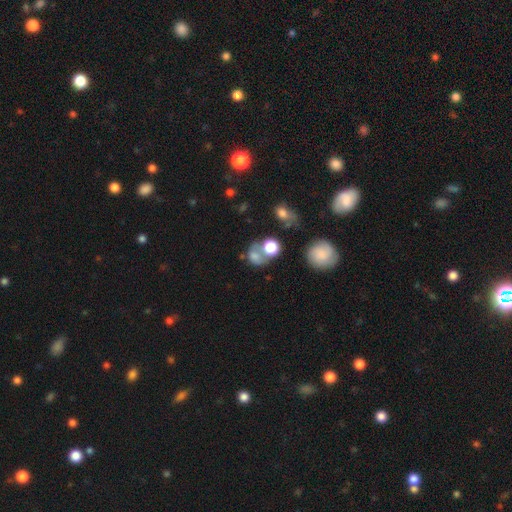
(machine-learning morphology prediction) Smooth or featured? smooth (68%)
How rounded? round (61%)
Merging? merger (41%)